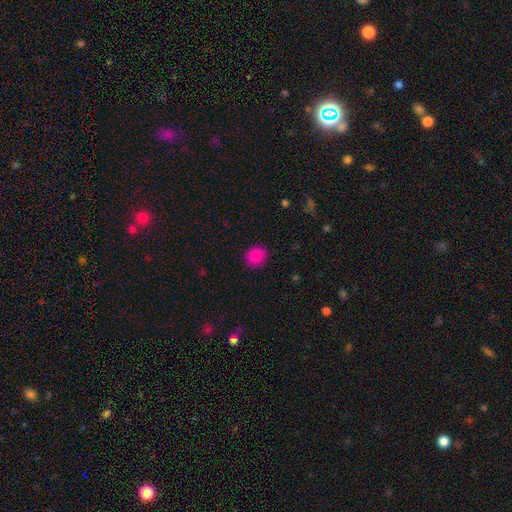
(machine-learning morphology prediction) Q: Smooth or featured?
A: smooth (87%); runner-up: star or artifact (9%)
Q: How rounded?
A: round (80%); runner-up: in between (19%)
Q: Merging?
A: none (88%); runner-up: minor disturbance (8%)